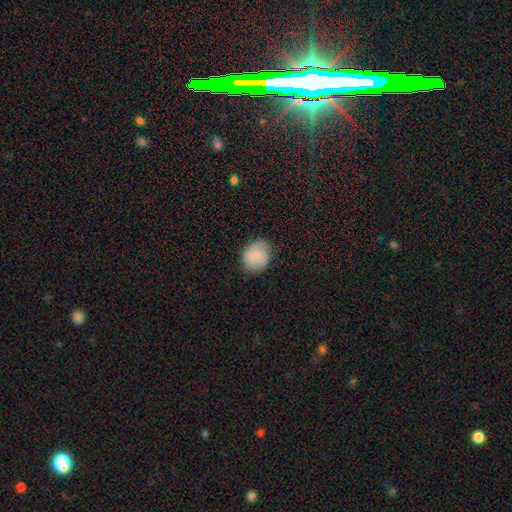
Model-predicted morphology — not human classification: This appears to be a smooth galaxy with no disk features (72%) that is round (60%). Merging: none (75%).